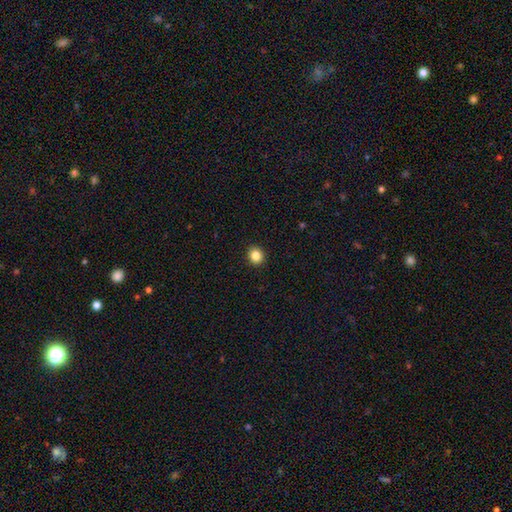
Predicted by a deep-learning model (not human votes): Smooth or featured? smooth (86%)
How rounded? round (80%)
Merging? none (92%)